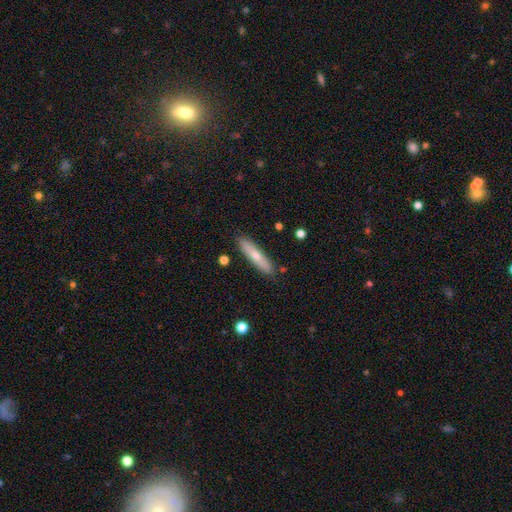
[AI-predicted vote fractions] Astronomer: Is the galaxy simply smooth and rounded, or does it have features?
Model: smooth — 63%.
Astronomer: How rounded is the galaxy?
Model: cigar-shaped — 83%.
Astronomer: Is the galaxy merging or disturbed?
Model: none — 87%.